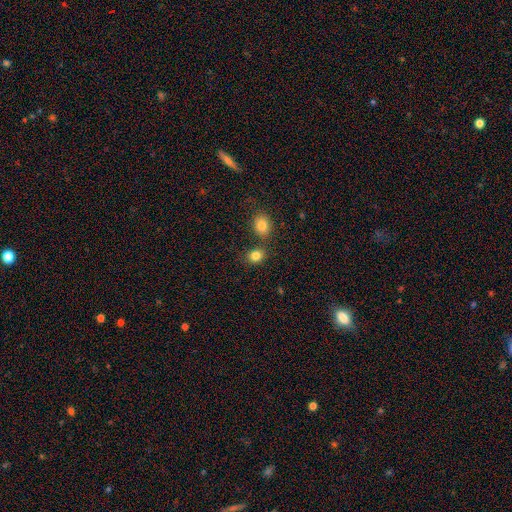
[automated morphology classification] type=smooth (83%); roundness=round (60%); merging=none (70%).